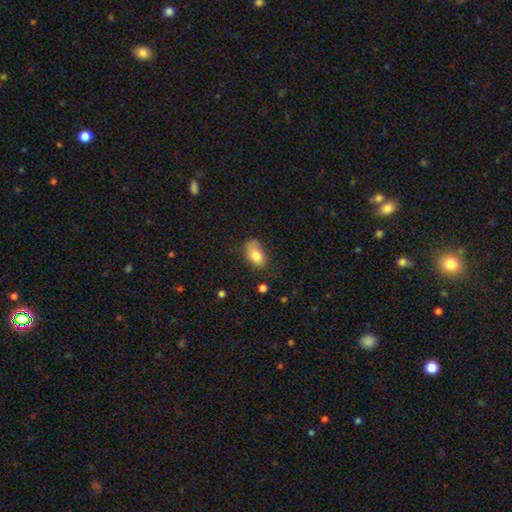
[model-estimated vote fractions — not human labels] The model was most divided on "merging": none: 49%, minor disturbance: 32%, major disturbance: 14%, merger: 5%. More confident: how rounded — in between (89%); smooth or featured — smooth (79%).